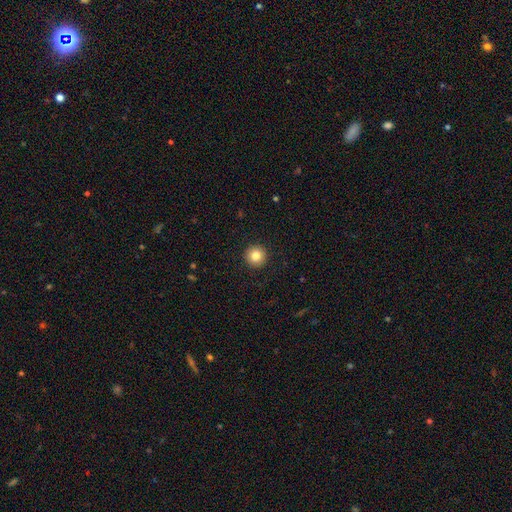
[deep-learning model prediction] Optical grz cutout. It shows a smooth galaxy with no disk features (82%) that is round (96%). Merging: none (93%).